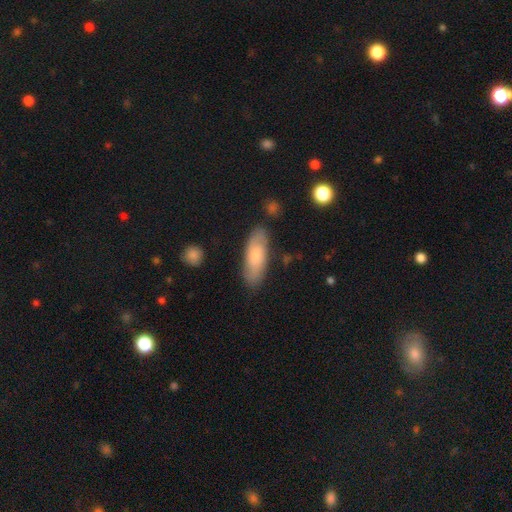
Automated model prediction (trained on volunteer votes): smooth_or_featured: smooth (p=0.66) [alt: featured or disk p=0.28]
how_rounded: in between (p=0.65) [alt: cigar-shaped p=0.32]
merging: none (p=0.80) [alt: minor disturbance p=0.15]